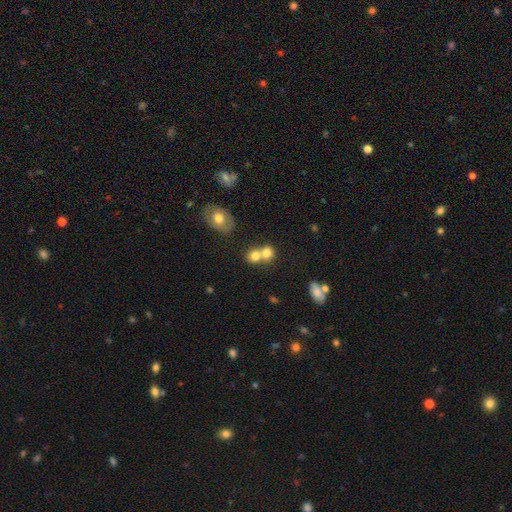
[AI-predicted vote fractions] Smooth or featured? smooth (75%)
How rounded? round (75%)
Merging? merger (58%)